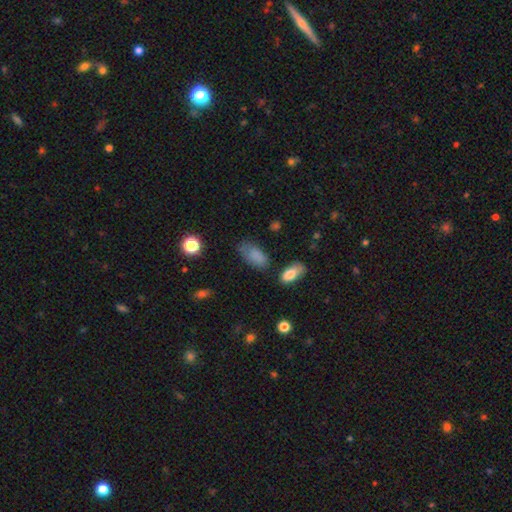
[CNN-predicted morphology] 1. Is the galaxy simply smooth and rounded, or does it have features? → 82% smooth, 10% star or artifact, 8% featured or disk.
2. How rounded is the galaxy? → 91% in between, 5% cigar-shaped, 4% round.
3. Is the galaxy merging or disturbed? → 58% none, 28% minor disturbance, 9% major disturbance, 5% merger.